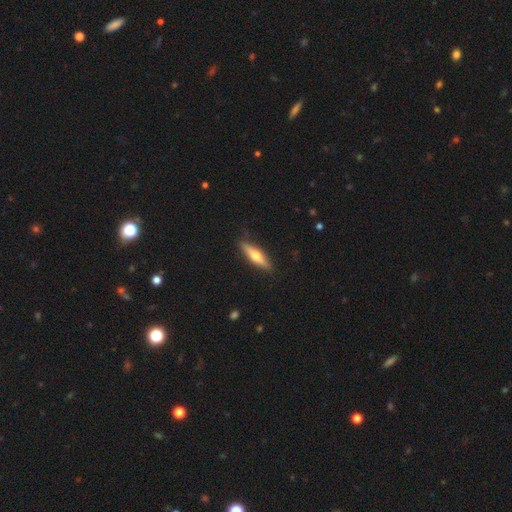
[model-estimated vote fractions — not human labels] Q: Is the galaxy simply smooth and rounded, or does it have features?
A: featured or disk — 51%.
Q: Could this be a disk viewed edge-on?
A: yes — 93%.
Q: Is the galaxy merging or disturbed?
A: none — 88%.